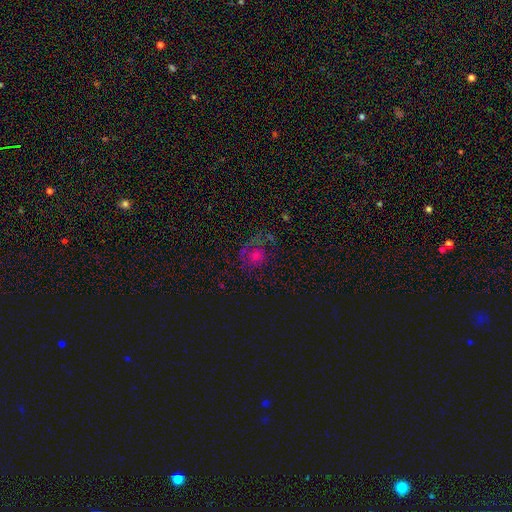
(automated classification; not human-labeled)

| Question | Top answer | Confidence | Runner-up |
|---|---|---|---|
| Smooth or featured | featured or disk | 41% | smooth (37%) |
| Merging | none | 46% | major disturbance (29%) |